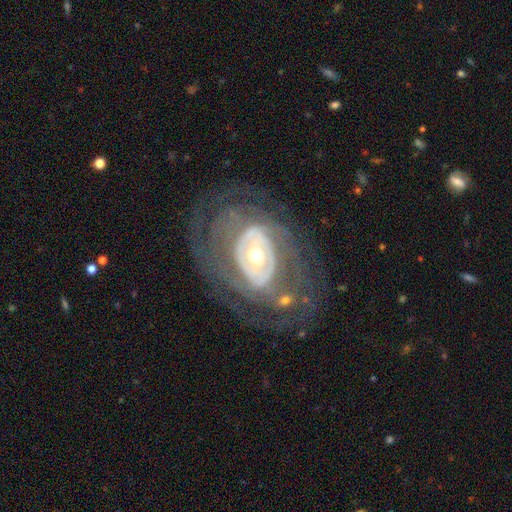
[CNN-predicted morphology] Smooth or featured?
  - featured or disk: 84% *
  - smooth: 10%
  - star or artifact: 6%
Edge-on disk?
  - no: 95% *
  - yes: 5%
Bar?
  - no: 60% *
  - weak: 24%
  - strong: 16%
Spiral arms?
  - yes: 74% *
  - no: 26%
Spiral winding?
  - tight: 66% *
  - medium: 23%
  - loose: 11%
Spiral arm count?
  - can't tell: 48% *
  - 2: 23%
  - 3: 10%
  - 4: 7%
  - more than 4: 7%
  - 1: 6%
Bulge size?
  - moderate: 61% *
  - small: 29%
  - large: 8%
  - dominant: 1%
  - none: 1%
Merging?
  - none: 67% *
  - minor disturbance: 16%
  - major disturbance: 15%
  - merger: 2%